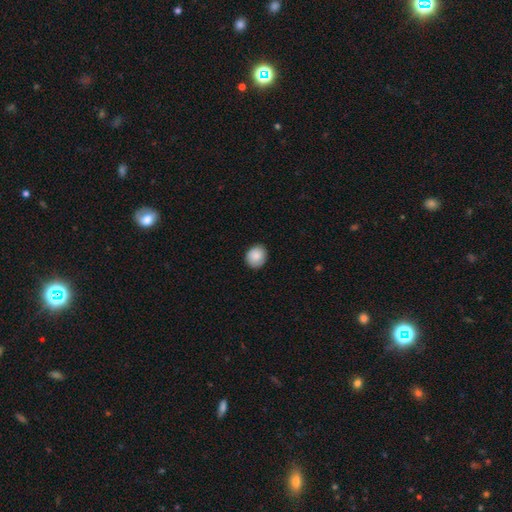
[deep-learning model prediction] Overall: smooth (88%). How rounded: round (72%). Merging: none (86%).